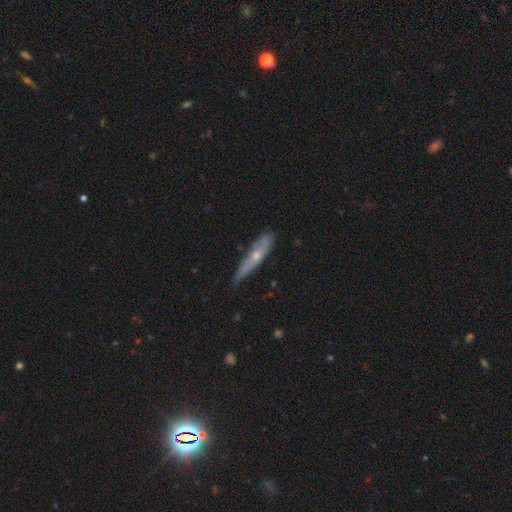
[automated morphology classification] smooth-or-featured: featured or disk: 51% | smooth: 42% | star or artifact: 7%
  disk-edge-on: yes: 77% | no: 23%
  merging: none: 64% | minor disturbance: 29% | major disturbance: 5% | merger: 2%